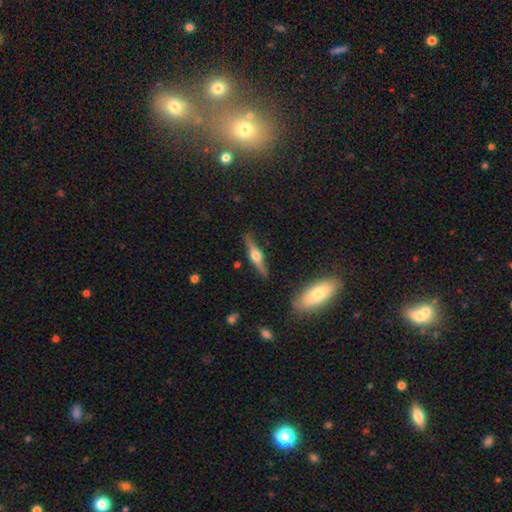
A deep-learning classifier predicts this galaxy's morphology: This appears to be a featured or disk galaxy (75%) viewed edge-on (97%) with a rounded central bulge (94%). Merging: none (88%).